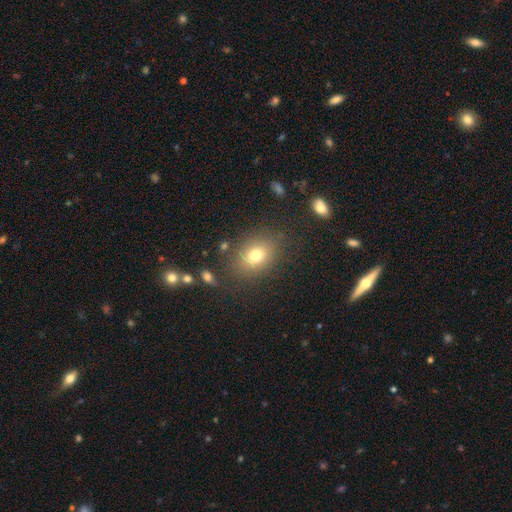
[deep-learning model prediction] A smooth galaxy with no disk features (75%) that is in between round and cigar-shaped (69%).

Vote fractions:
- Smooth or featured? smooth: 75% / featured or disk: 13% / star or artifact: 12%
- How rounded? in between: 69% / round: 30% / cigar-shaped: 1%
- Merging? none: 81% / minor disturbance: 11% / major disturbance: 5% / merger: 3%